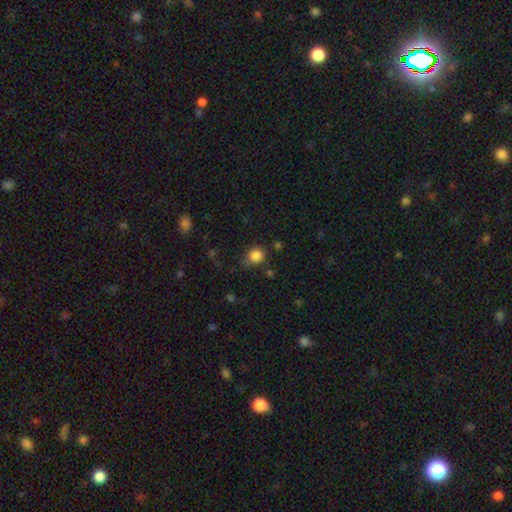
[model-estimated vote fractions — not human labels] This appears to be a smooth galaxy with no disk features (85%) that is round (79%). Merging: none (67%).